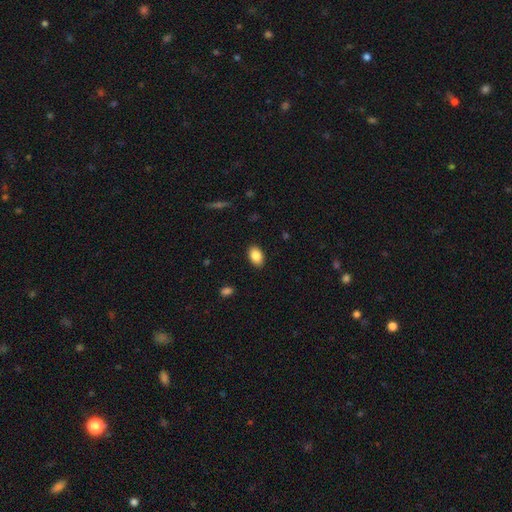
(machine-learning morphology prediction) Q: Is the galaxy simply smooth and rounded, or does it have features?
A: smooth — 86%.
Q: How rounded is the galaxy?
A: in between — 89%.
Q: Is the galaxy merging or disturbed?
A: none — 88%.